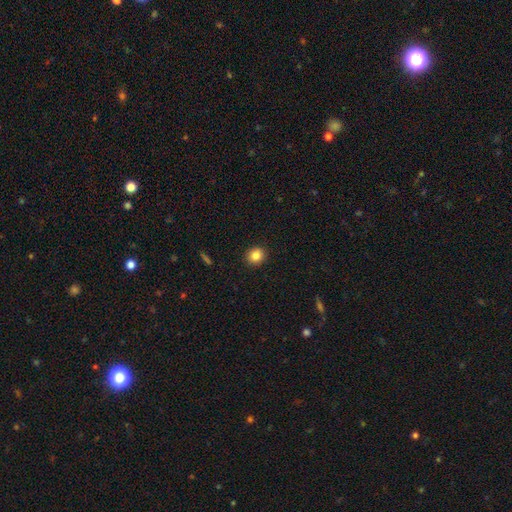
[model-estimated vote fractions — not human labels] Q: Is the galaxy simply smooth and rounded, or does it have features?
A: smooth — 85%.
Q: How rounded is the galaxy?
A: round — 83%.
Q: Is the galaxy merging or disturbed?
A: none — 92%.